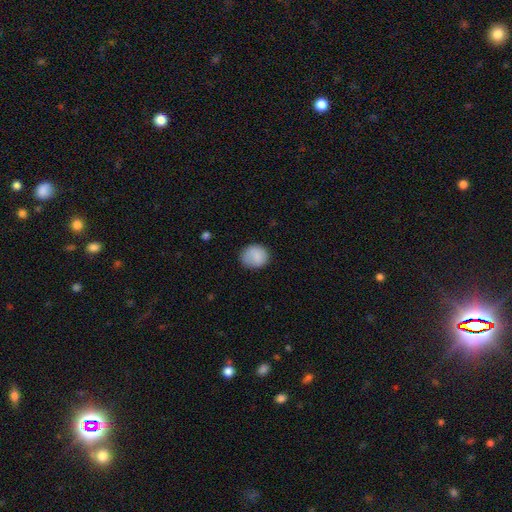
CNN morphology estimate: A smooth galaxy with no disk features (85%) that is round (74%). Merging: none (77%).